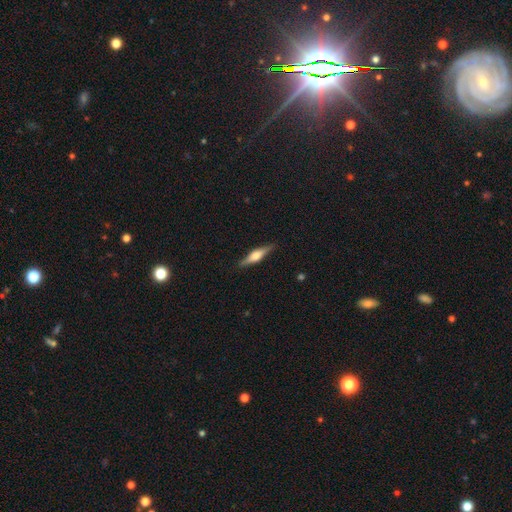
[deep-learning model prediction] smooth_or_featured: featured or disk (p=0.62) [alt: smooth p=0.32]
disk_edge_on: yes (p=0.97) [alt: no p=0.03]
edge_on_bulge: rounded (p=0.88) [alt: boxy p=0.09]
merging: none (p=0.88) [alt: minor disturbance p=0.09]